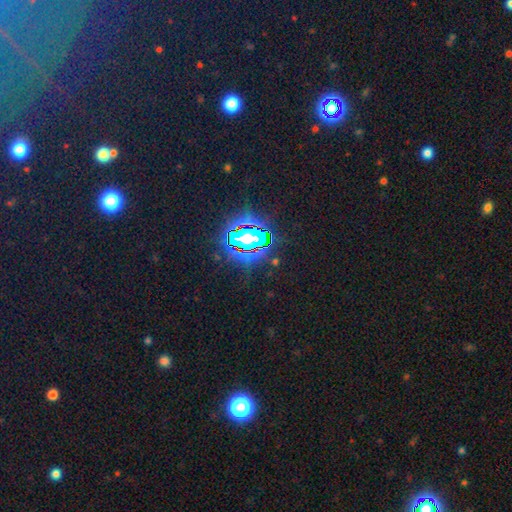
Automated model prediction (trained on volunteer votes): Smooth or featured? Predicted: star or artifact (p=0.82).